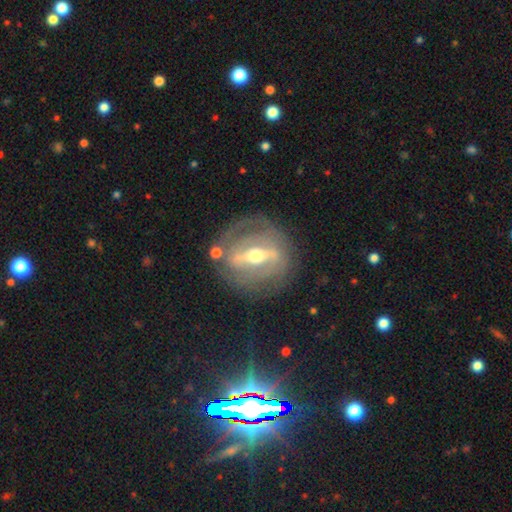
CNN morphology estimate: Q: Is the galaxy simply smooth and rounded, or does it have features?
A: featured or disk — 82%.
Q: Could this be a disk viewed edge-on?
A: no — 79%.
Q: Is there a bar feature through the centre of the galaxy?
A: strong — 76%.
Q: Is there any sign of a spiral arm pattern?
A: yes — 56%.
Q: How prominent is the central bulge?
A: moderate — 72%.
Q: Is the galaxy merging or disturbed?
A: none — 74%.